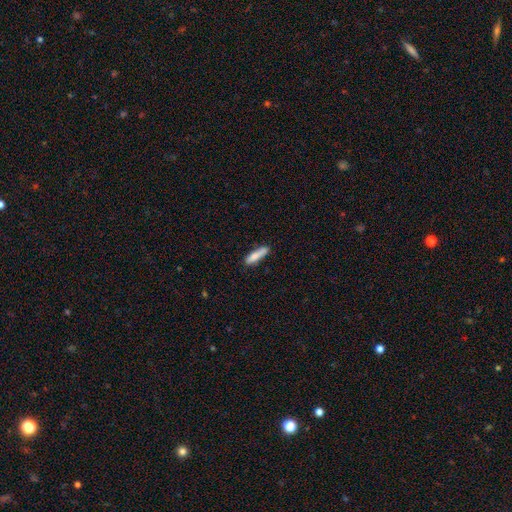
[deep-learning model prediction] Overall: smooth (75%). How rounded: cigar-shaped (77%). Merging: none (81%).